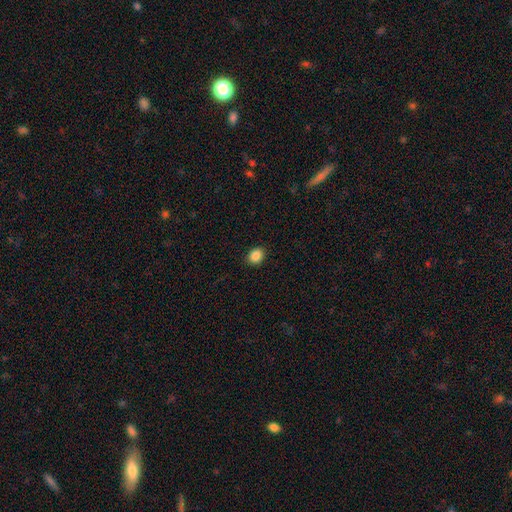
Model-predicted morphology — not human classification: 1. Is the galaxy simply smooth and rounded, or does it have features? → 87% smooth, 9% star or artifact, 3% featured or disk.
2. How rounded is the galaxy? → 54% round, 45% in between, 1% cigar-shaped.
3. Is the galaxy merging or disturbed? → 91% none, 6% minor disturbance, 2% major disturbance, 1% merger.